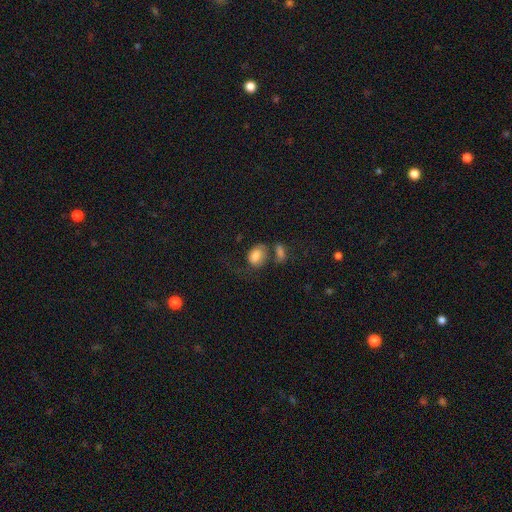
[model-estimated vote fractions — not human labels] smooth-or-featured: smooth: 75% | featured or disk: 16% | star or artifact: 9%
  how-rounded: in between: 70% | round: 28% | cigar-shaped: 1%
  merging: merger: 33% | none: 30% | major disturbance: 19% | minor disturbance: 18%